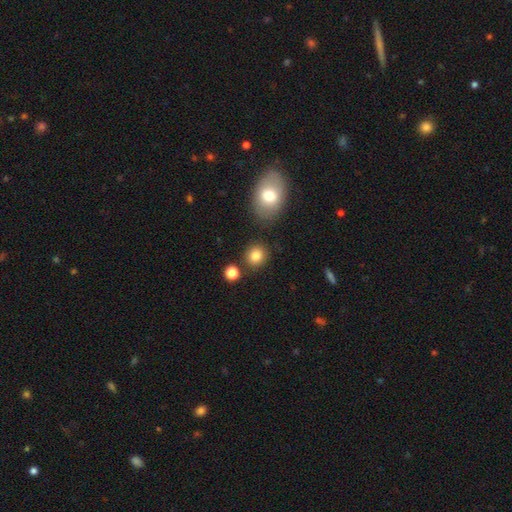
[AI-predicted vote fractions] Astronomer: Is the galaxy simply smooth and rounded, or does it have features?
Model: smooth — 84%.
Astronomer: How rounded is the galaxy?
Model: round — 83%.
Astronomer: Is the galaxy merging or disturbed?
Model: none — 82%.